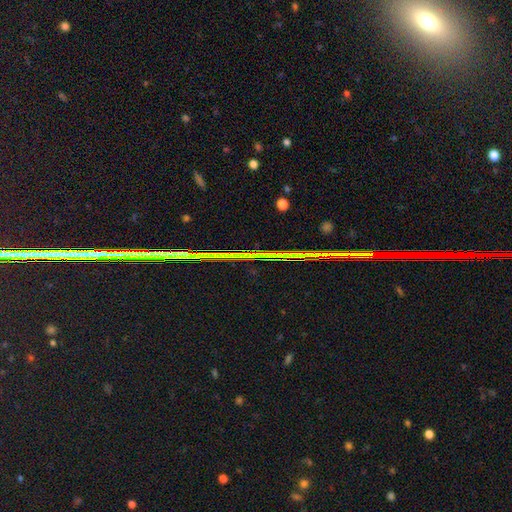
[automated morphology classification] Q: Smooth or featured?
A: star or artifact (85%); runner-up: featured or disk (8%)